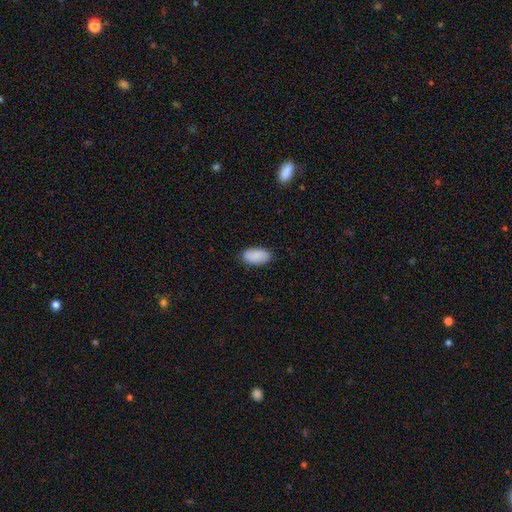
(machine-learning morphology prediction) Q: Smooth or featured?
A: smooth (89%); runner-up: star or artifact (6%)
Q: How rounded?
A: in between (95%); runner-up: cigar-shaped (3%)
Q: Merging?
A: none (86%); runner-up: minor disturbance (11%)